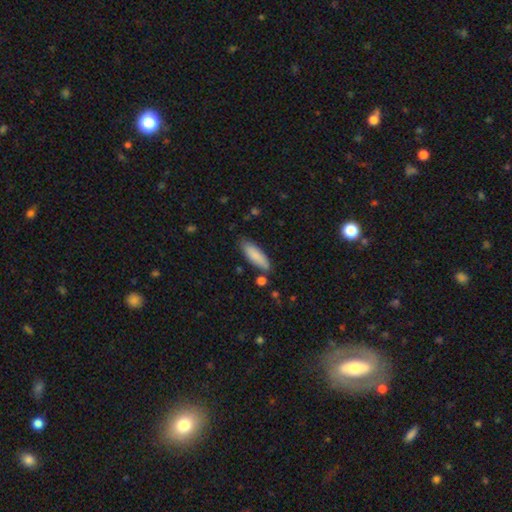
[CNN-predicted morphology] The model was most divided on "how rounded": cigar-shaped: 50%, in between: 48%, round: 1%. More confident: smooth or featured — smooth (86%); merging — none (81%).